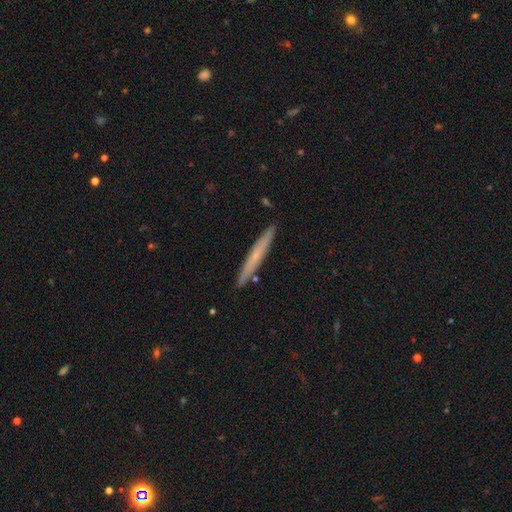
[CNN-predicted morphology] The model was most divided on "smooth or featured": smooth: 51%, featured or disk: 43%, star or artifact: 6%. More confident: how rounded — cigar-shaped (96%); merging — none (90%).